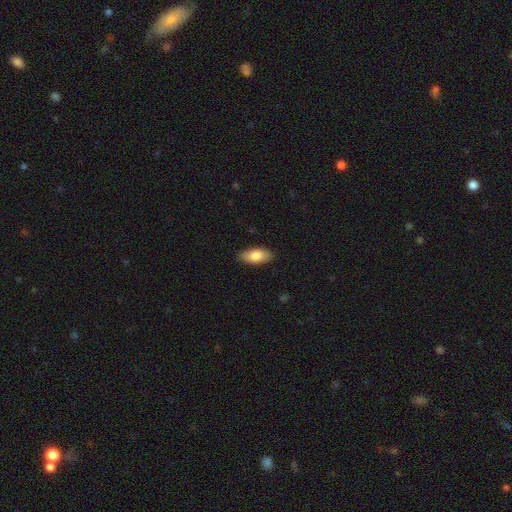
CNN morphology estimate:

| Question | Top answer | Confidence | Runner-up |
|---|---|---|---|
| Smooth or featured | smooth | 83% | featured or disk (11%) |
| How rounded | in between | 88% | cigar-shaped (10%) |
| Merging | none | 88% | minor disturbance (9%) |